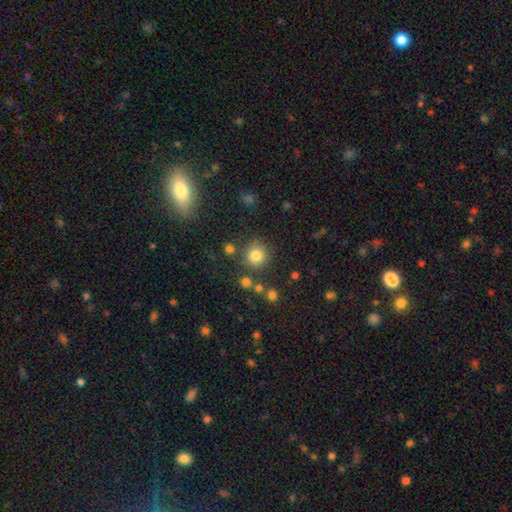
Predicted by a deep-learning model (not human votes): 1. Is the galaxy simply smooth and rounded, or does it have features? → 80% smooth, 14% star or artifact, 6% featured or disk.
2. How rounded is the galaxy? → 92% round, 7% in between, 1% cigar-shaped.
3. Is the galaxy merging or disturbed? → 81% none, 9% minor disturbance, 6% merger, 4% major disturbance.